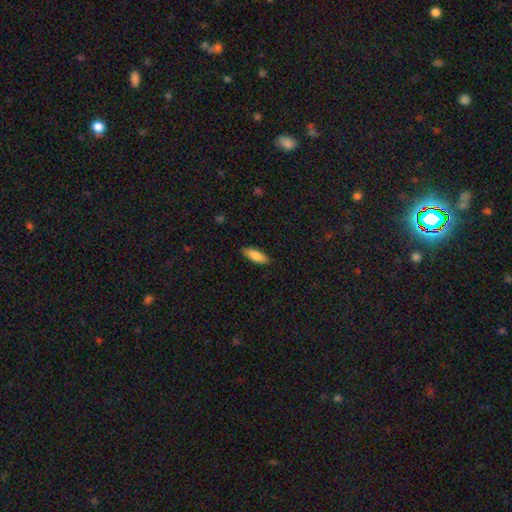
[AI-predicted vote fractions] A smooth galaxy with no disk features (85%) that is in between round and cigar-shaped (63%). Merging: none (87%).